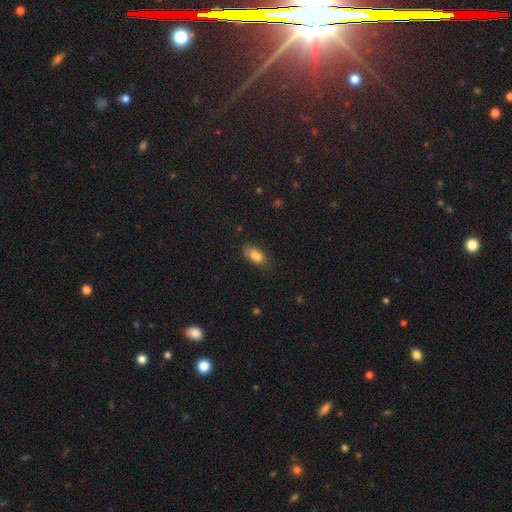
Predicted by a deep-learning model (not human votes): Smooth or featured: smooth — 83% (featured or disk — 9%)
How rounded: in between — 88% (cigar-shaped — 7%)
Merging: none — 65% (minor disturbance — 25%)